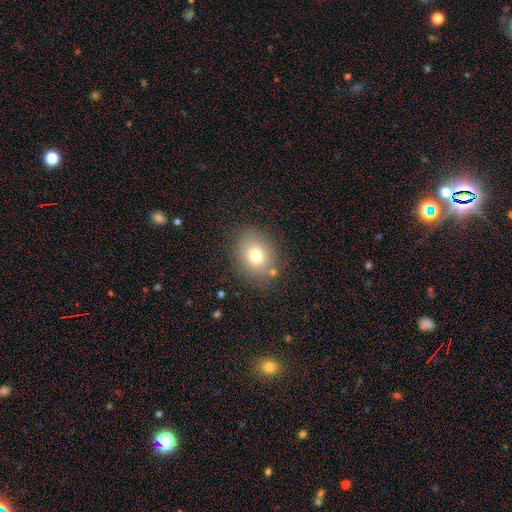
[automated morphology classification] smooth 75%, featured or disk 13%, star or artifact 12%. Down the decision tree: how rounded — round (56%); merging — none (79%).